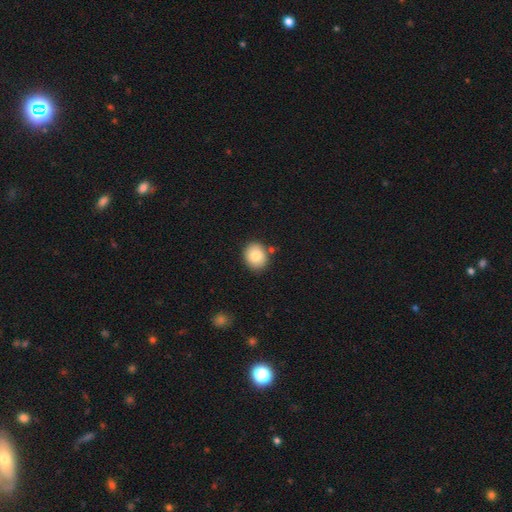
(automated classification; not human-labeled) Overall: smooth (83%). How rounded: round (61%; in between 38%). Merging: none (83%).